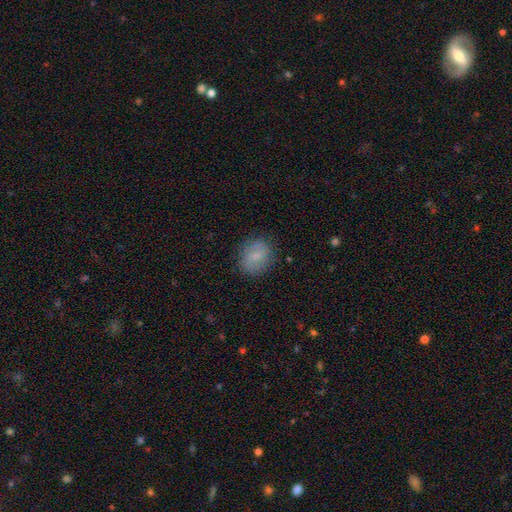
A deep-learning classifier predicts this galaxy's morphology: type=smooth (71%); roundness=round (61%); merging=none (82%).